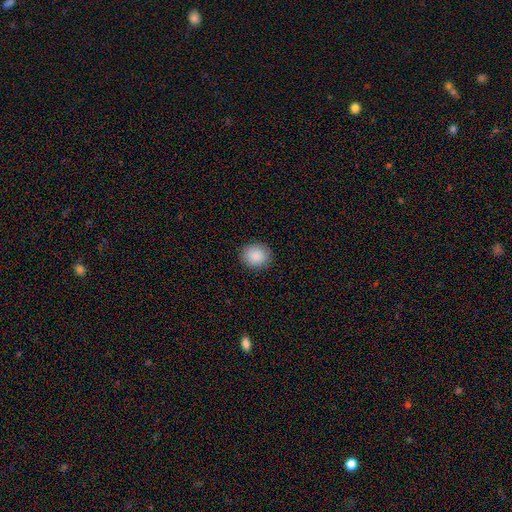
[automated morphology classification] This appears to be a smooth galaxy with no disk features (89%) that is round (79%). Merging: none (89%).